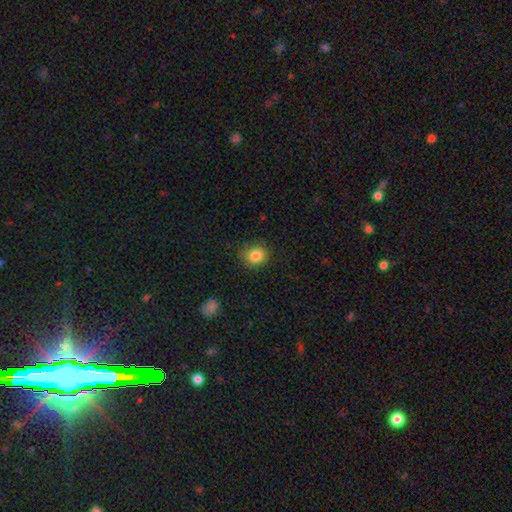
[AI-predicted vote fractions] Smooth or featured?
  - smooth: 83% *
  - star or artifact: 11%
  - featured or disk: 6%
How rounded?
  - round: 76% *
  - in between: 23%
  - cigar-shaped: 1%
Merging?
  - none: 81% *
  - minor disturbance: 14%
  - major disturbance: 3%
  - merger: 1%